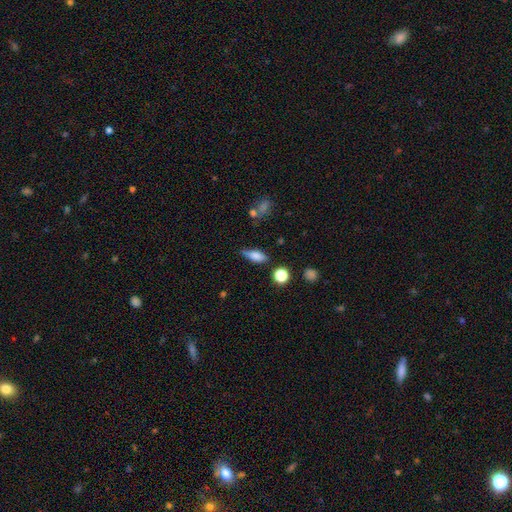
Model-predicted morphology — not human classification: This is likely a smooth galaxy (68%). How rounded: likely in between (68%). Merging: likely none (64%).